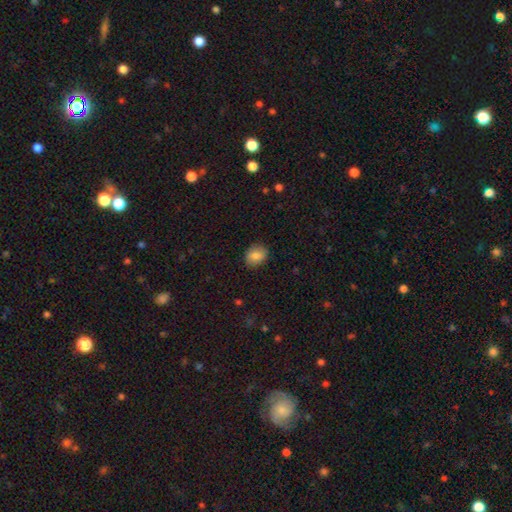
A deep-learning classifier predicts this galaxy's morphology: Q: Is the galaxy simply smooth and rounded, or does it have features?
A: smooth — 84%.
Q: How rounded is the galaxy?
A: in between — 52%.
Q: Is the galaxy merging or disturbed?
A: none — 85%.